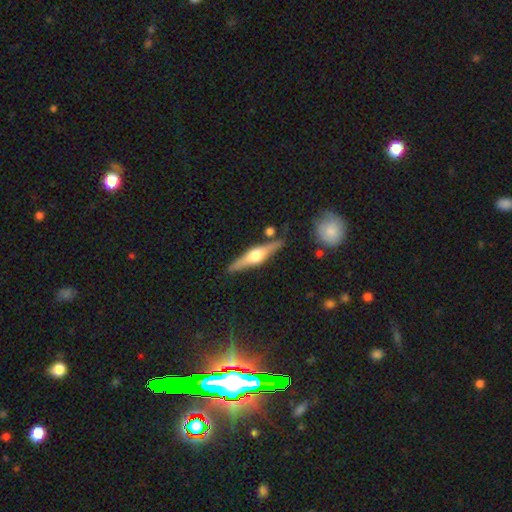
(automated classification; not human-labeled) Smooth or featured? featured or disk (73%)
Edge-on disk? yes (97%)
Edge-on bulge? rounded (93%)
Merging? none (84%)